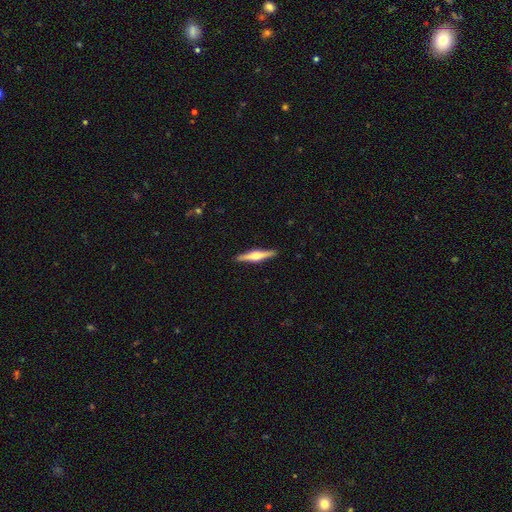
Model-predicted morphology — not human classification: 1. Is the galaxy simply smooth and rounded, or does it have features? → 71% featured or disk, 24% smooth, 5% star or artifact.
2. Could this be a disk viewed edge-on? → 98% yes, 2% no.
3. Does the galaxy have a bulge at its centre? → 87% rounded, 10% boxy, 3% none.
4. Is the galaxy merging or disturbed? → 91% none, 6% minor disturbance, 1% major disturbance, 1% merger.